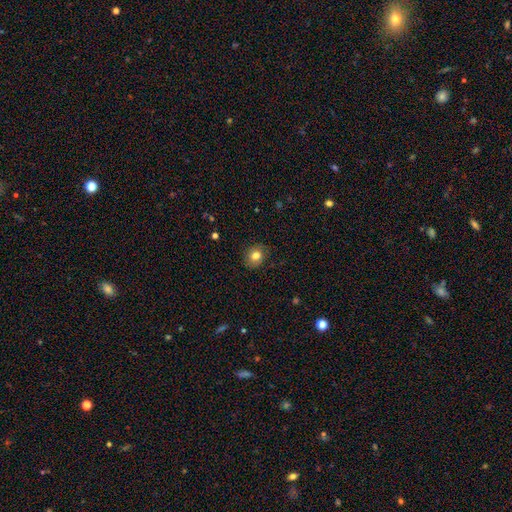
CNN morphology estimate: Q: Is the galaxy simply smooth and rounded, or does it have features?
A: smooth — 79%.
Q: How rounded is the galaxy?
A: round — 69%.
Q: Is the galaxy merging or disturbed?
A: none — 86%.